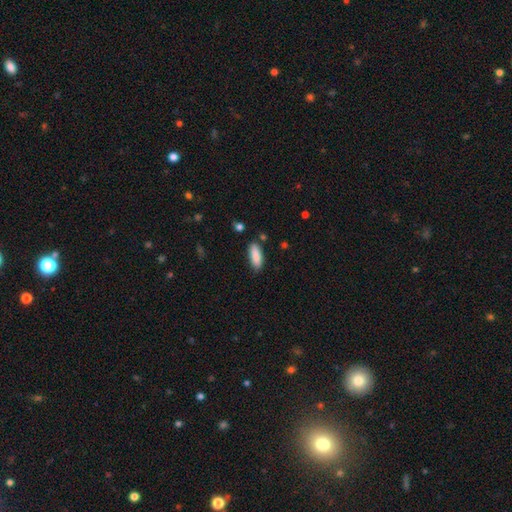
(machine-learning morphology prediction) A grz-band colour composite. It shows a smooth galaxy with no disk features (88%) that is in between round and cigar-shaped (66%). Merging: none (83%).